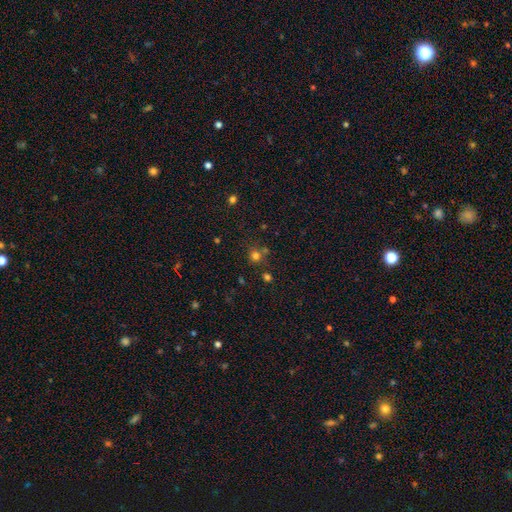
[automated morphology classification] Q: Smooth or featured?
A: smooth (71%); runner-up: star or artifact (22%)
Q: How rounded?
A: round (89%); runner-up: in between (10%)
Q: Merging?
A: none (70%); runner-up: merger (16%)